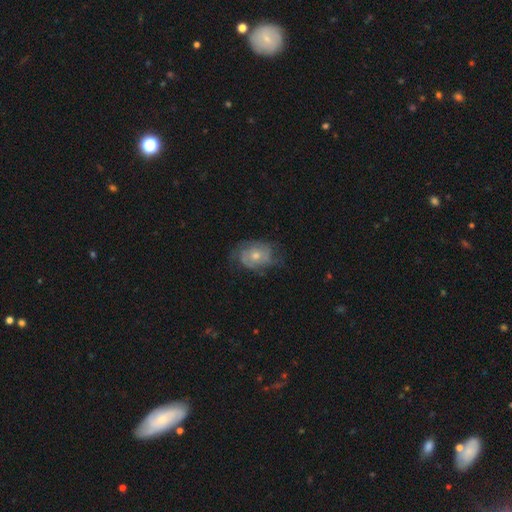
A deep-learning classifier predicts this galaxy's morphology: smooth_or_featured: featured or disk (p=0.63) [alt: smooth p=0.30]
disk_edge_on: no (p=0.96) [alt: yes p=0.04]
bar: no (p=0.81) [alt: weak p=0.16]
has_spiral_arms: yes (p=0.77) [alt: no p=0.23]
bulge_size: moderate (p=0.55) [alt: small p=0.39]
merging: none (p=0.57) [alt: minor disturbance p=0.27]